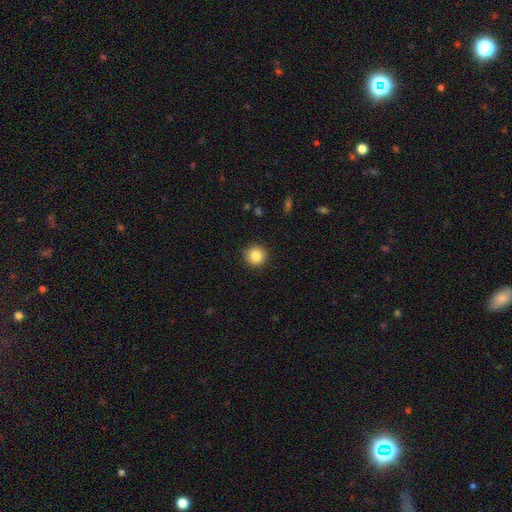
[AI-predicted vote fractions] Smooth or featured?
  - smooth: 85% *
  - star or artifact: 10%
  - featured or disk: 6%
How rounded?
  - round: 94% *
  - in between: 5%
  - cigar-shaped: 1%
Merging?
  - none: 91% *
  - minor disturbance: 6%
  - major disturbance: 2%
  - merger: 1%